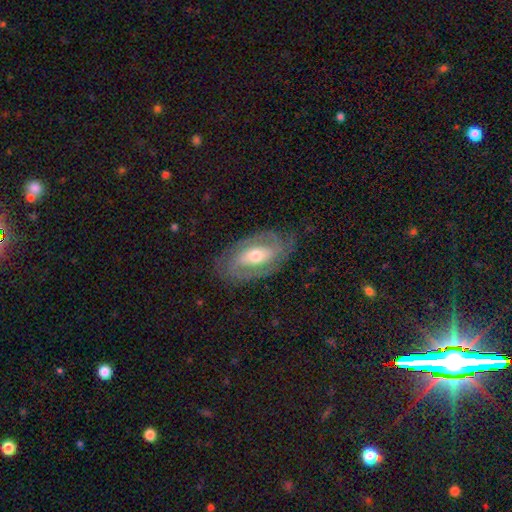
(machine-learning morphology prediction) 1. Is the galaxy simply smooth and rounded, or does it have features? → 77% featured or disk, 17% smooth, 5% star or artifact.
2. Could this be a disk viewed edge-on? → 93% no, 7% yes.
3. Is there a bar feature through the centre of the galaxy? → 37% no, 33% weak, 29% strong.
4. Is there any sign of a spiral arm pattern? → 84% yes, 16% no.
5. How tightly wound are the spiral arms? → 49% tight, 38% medium, 13% loose.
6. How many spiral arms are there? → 78% 2, 13% can't tell, 4% 3, 3% 1, 1% 4, 1% more than 4.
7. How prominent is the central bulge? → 64% moderate, 24% small, 9% large, 1% dominant, 1% none.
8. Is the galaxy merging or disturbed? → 79% none, 14% minor disturbance, 6% major disturbance, 1% merger.